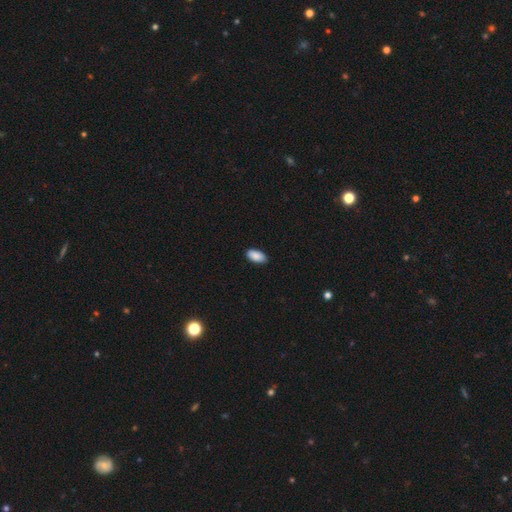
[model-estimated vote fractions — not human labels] Smooth or featured? smooth (89%)
How rounded? in between (94%)
Merging? none (87%)